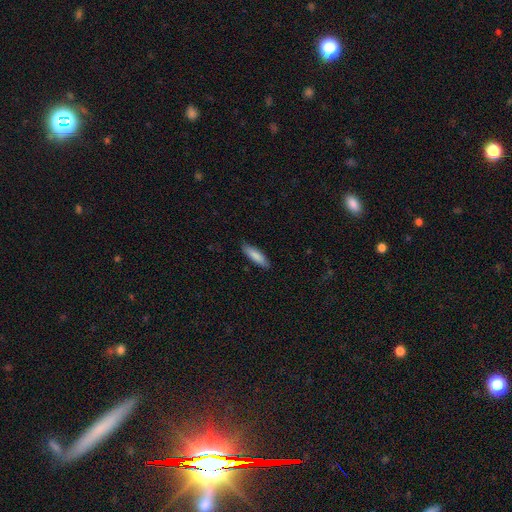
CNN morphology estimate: A smooth galaxy with no disk features (86%) that is cigar-shaped (66%).

Vote fractions:
- Smooth or featured? smooth: 86% / featured or disk: 9% / star or artifact: 5%
- How rounded? cigar-shaped: 66% / in between: 33% / round: 1%
- Merging? none: 87% / minor disturbance: 10% / major disturbance: 2% / merger: 1%